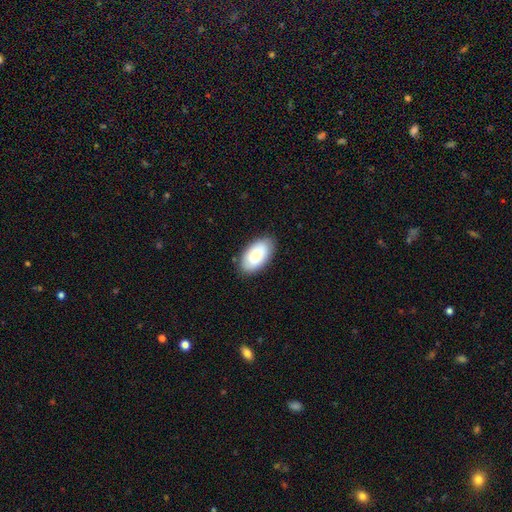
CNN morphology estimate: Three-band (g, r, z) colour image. It shows a smooth galaxy with no disk features (83%) that is in between round and cigar-shaped (95%). Merging: none (82%).